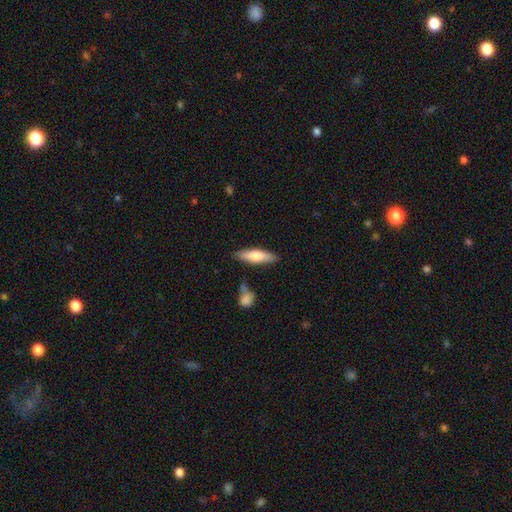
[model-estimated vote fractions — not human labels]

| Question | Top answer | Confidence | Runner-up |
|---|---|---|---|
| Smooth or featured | smooth | 67% | featured or disk (27%) |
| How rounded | cigar-shaped | 63% | in between (35%) |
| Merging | none | 83% | minor disturbance (11%) |